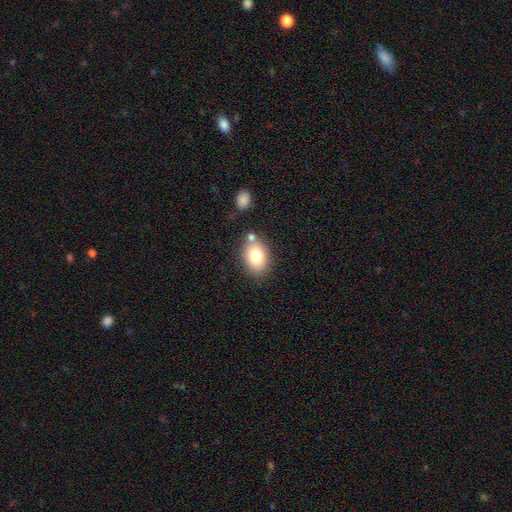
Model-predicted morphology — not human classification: smooth_or_featured: smooth (p=0.79) [alt: featured or disk p=0.12]
how_rounded: in between (p=0.75) [alt: round p=0.24]
merging: none (p=0.70) [alt: minor disturbance p=0.14]